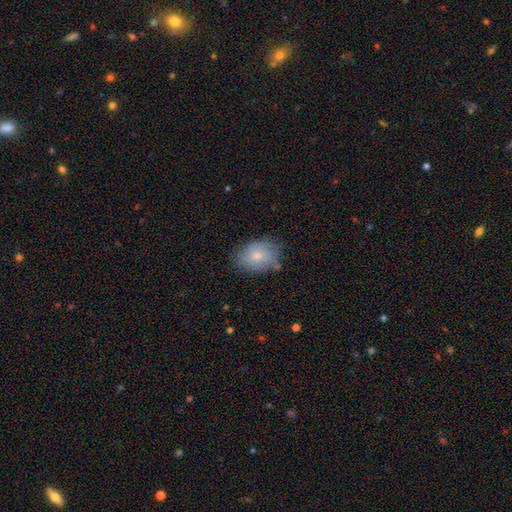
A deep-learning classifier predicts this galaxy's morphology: smooth-or-featured: smooth: 62% | featured or disk: 29% | star or artifact: 9%
  how-rounded: in between: 74% | round: 25% | cigar-shaped: 1%
  merging: none: 71% | minor disturbance: 23% | major disturbance: 5% | merger: 2%